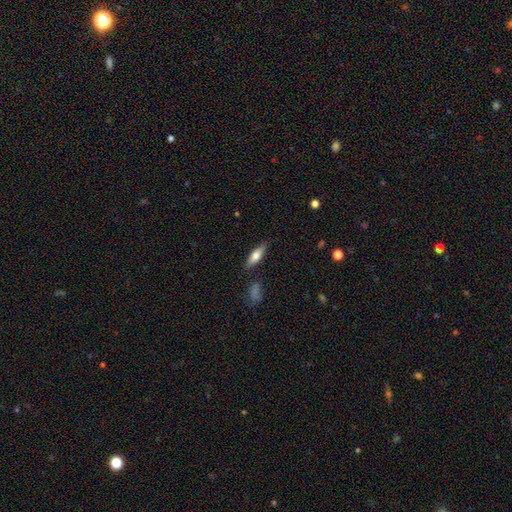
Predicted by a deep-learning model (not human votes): A smooth galaxy with no disk features (70%) that is in between round and cigar-shaped (54%).

Vote fractions:
- Smooth or featured? smooth: 70% / featured or disk: 23% / star or artifact: 7%
- How rounded? in between: 54% / cigar-shaped: 44% / round: 2%
- Merging? none: 81% / minor disturbance: 13% / merger: 4% / major disturbance: 3%